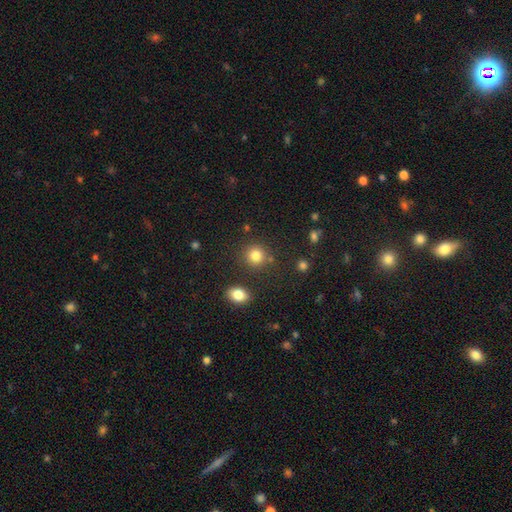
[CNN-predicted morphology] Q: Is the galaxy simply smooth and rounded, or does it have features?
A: smooth — 83%.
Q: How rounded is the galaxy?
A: round — 87%.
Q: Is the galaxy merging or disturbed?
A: none — 82%.